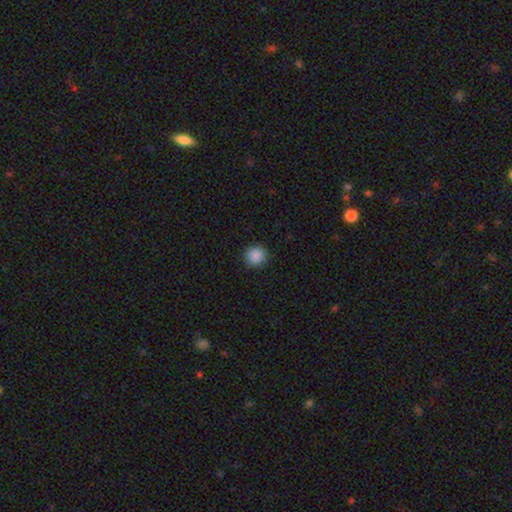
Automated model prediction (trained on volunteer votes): Smooth or featured? smooth (89%)
How rounded? round (92%)
Merging? none (91%)